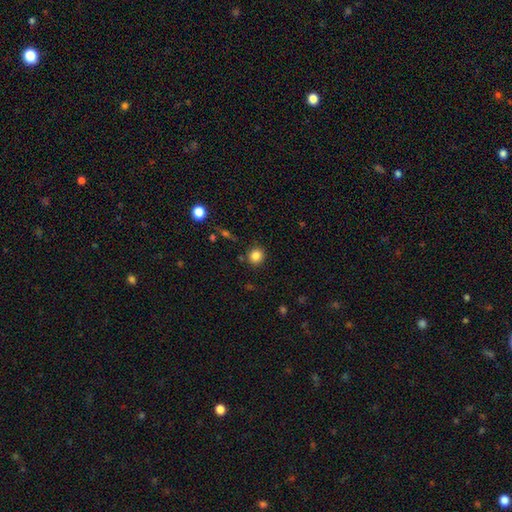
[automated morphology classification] This appears to be a smooth galaxy with no disk features (85%) that is round (87%). Merging: none (86%).